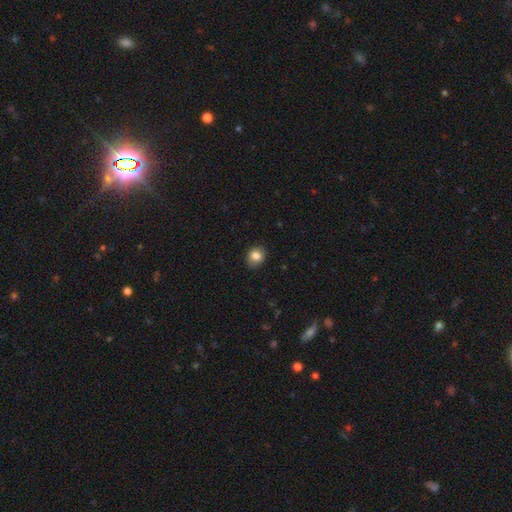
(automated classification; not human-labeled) Smooth or featured: smooth — 83% (star or artifact — 9%)
How rounded: round — 59% (in between — 41%)
Merging: none — 84% (minor disturbance — 12%)